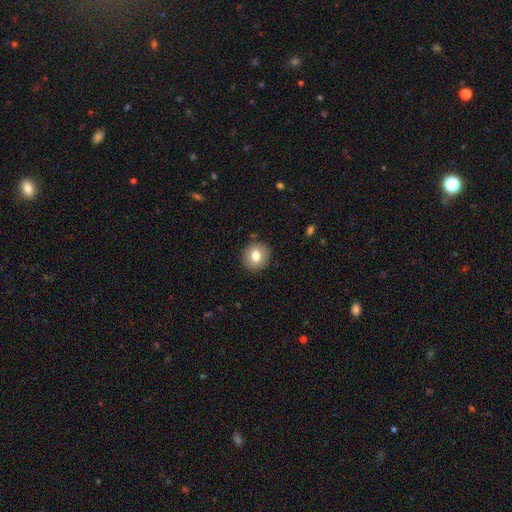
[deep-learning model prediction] This is likely a smooth galaxy (78%). How rounded: clearly round (80%). Merging: clearly none (89%).